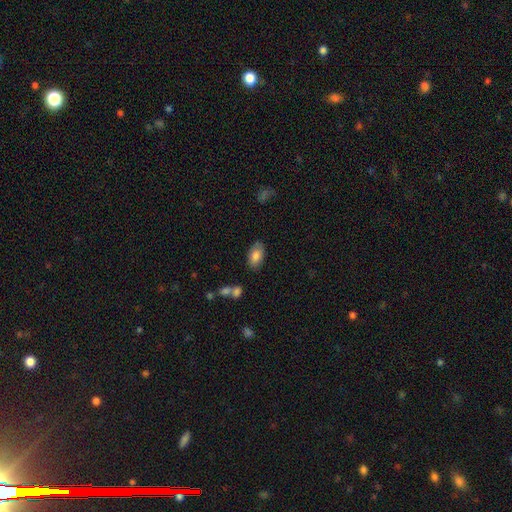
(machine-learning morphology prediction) smooth-or-featured: smooth: 81% | featured or disk: 12% | star or artifact: 7%
  how-rounded: in between: 93% | round: 5% | cigar-shaped: 2%
  merging: none: 80% | minor disturbance: 14% | merger: 3% | major disturbance: 3%